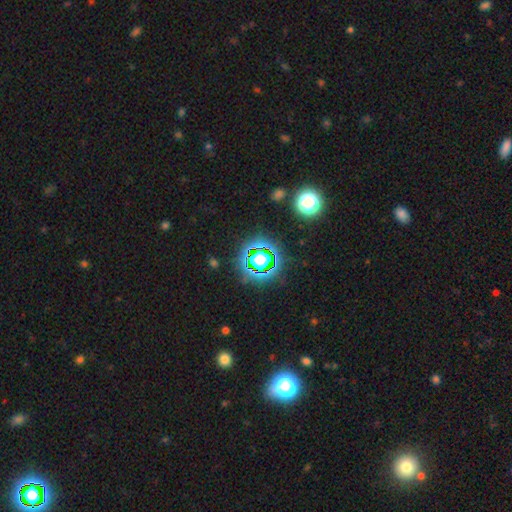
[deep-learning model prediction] smooth_or_featured: star or artifact (p=0.78) [alt: smooth p=0.15]